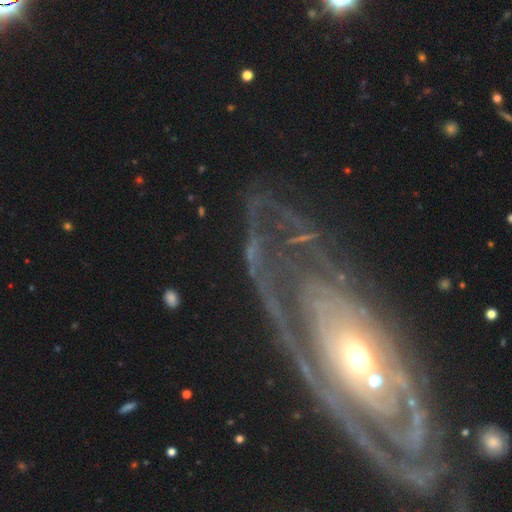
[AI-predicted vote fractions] Q: Smooth or featured?
A: featured or disk (82%); runner-up: smooth (9%)
Q: Edge-on disk?
A: no (89%); runner-up: yes (11%)
Q: Bar?
A: no (71%); runner-up: weak (17%)
Q: Spiral arms?
A: yes (80%); runner-up: no (20%)
Q: Spiral winding?
A: tight (69%); runner-up: medium (21%)
Q: Spiral arm count?
A: can't tell (42%); runner-up: 2 (21%)
Q: Bulge size?
A: moderate (51%); runner-up: small (37%)
Q: Merging?
A: none (66%); runner-up: major disturbance (16%)